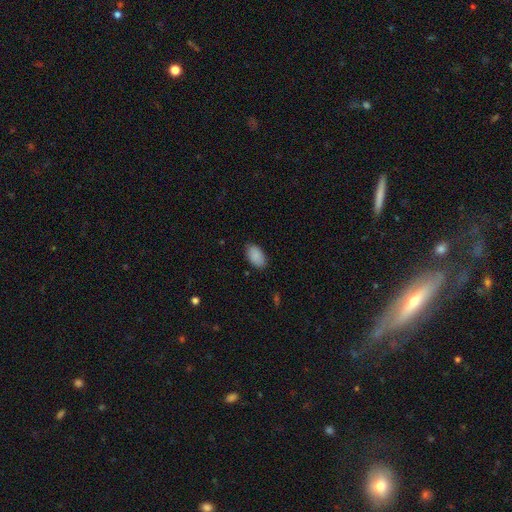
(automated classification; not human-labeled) The model was most divided on "merging": none: 86%, minor disturbance: 11%, major disturbance: 2%, merger: 1%. More confident: how rounded — in between (93%); smooth or featured — smooth (90%).